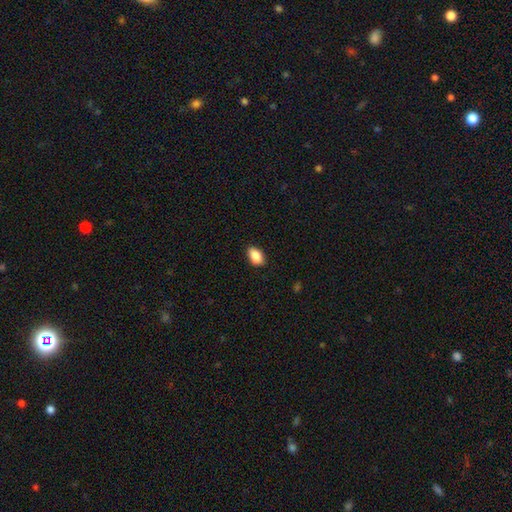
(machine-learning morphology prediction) Q: Smooth or featured?
A: smooth (88%); runner-up: star or artifact (7%)
Q: How rounded?
A: in between (90%); runner-up: round (8%)
Q: Merging?
A: none (86%); runner-up: minor disturbance (11%)